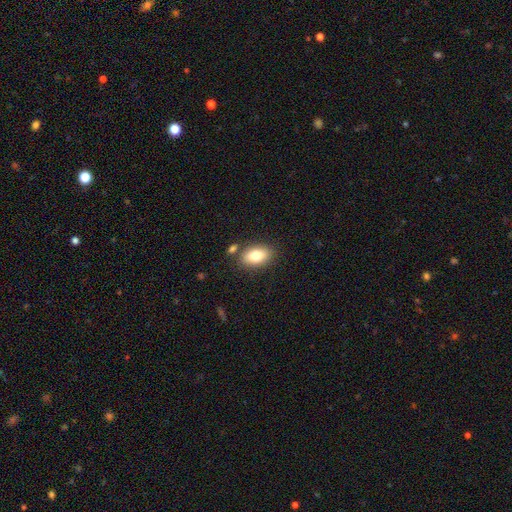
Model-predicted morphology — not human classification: Smooth or featured? smooth (80%)
How rounded? in between (89%)
Merging? none (78%)